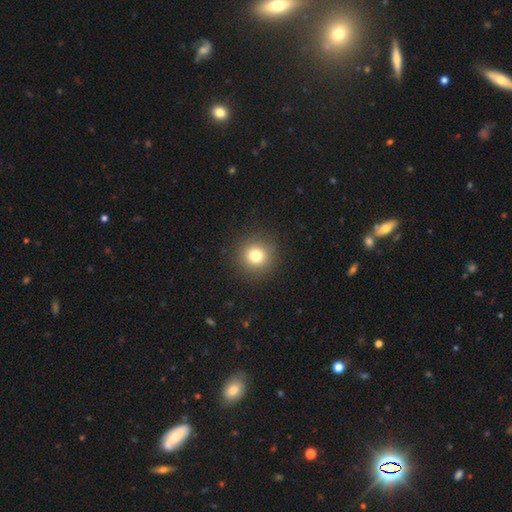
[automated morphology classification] Overall: smooth (78%). How rounded: round (95%). Merging: none (91%).